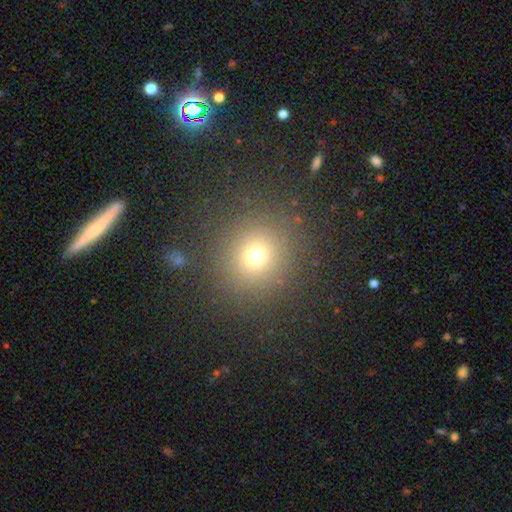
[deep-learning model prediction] Q: Smooth or featured?
A: smooth (70%); runner-up: star or artifact (20%)
Q: How rounded?
A: round (90%); runner-up: in between (9%)
Q: Merging?
A: none (86%); runner-up: minor disturbance (7%)